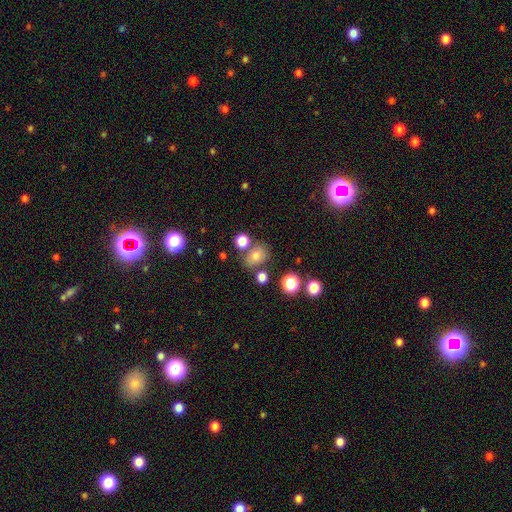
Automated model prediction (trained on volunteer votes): A smooth galaxy with no disk features (73%) that is in between round and cigar-shaped (53%). Merging: none (67%).